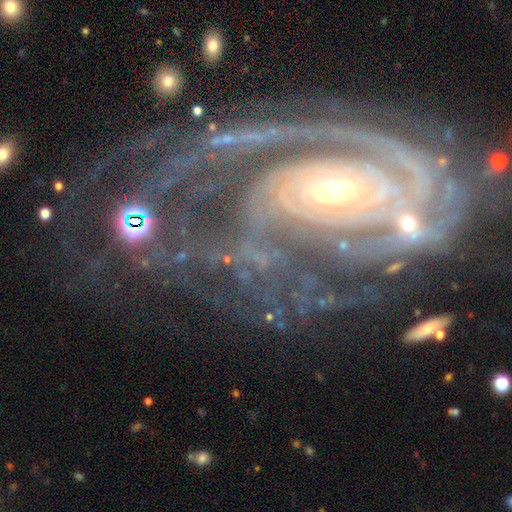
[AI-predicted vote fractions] Smooth or featured?
  - featured or disk: 90% *
  - star or artifact: 6%
  - smooth: 4%
Edge-on disk?
  - no: 97% *
  - yes: 3%
Bar?
  - no: 59% *
  - weak: 23%
  - strong: 18%
Spiral arms?
  - yes: 97% *
  - no: 3%
Spiral winding?
  - tight: 73% *
  - medium: 21%
  - loose: 6%
Spiral arm count?
  - can't tell: 22% *
  - 2: 21%
  - 3: 18%
  - more than 4: 15%
  - 4: 14%
  - 1: 10%
Bulge size?
  - moderate: 47% *
  - small: 46%
  - large: 4%
  - none: 1%
  - dominant: 1%
Merging?
  - none: 57% *
  - major disturbance: 20%
  - minor disturbance: 17%
  - merger: 5%